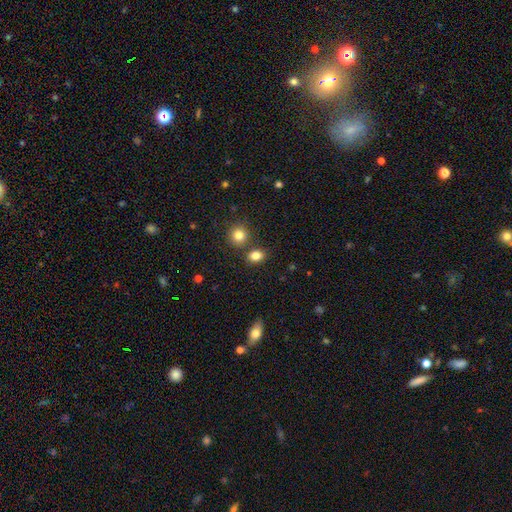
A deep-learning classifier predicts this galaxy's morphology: type=smooth (83%); roundness=in between (63%); merging=none (74%).